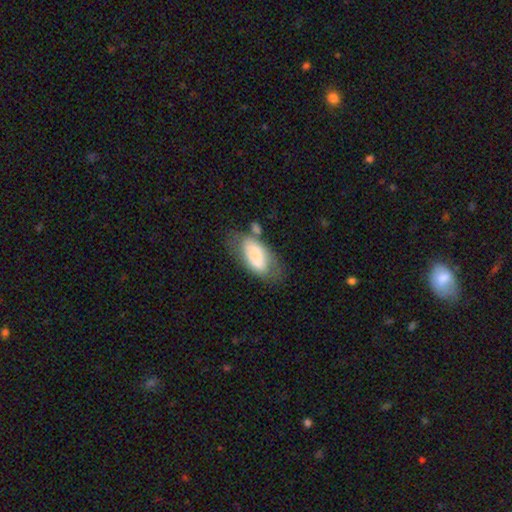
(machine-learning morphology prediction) Overall: smooth (67%). How rounded: in between (90%). Merging: none (45%; minor disturbance 25%).